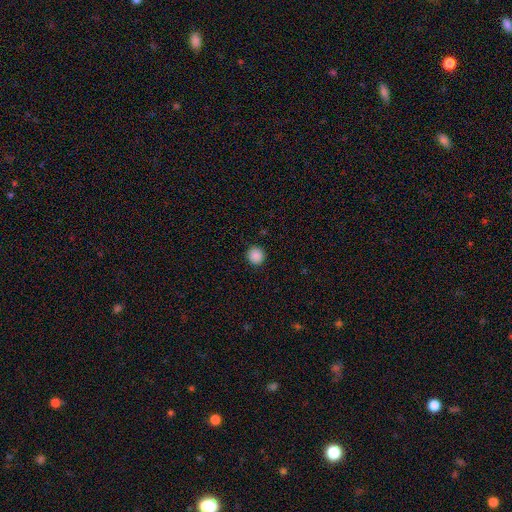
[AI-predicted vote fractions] Q: Smooth or featured?
A: smooth (88%); runner-up: star or artifact (9%)
Q: How rounded?
A: round (93%); runner-up: in between (6%)
Q: Merging?
A: none (92%); runner-up: minor disturbance (5%)